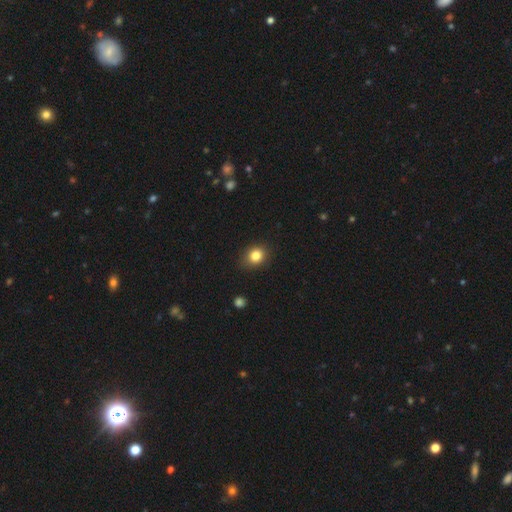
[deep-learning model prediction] The model was most divided on "how rounded": round: 55%, in between: 44%, cigar-shaped: 1%. More confident: merging — none (85%); smooth or featured — smooth (83%).